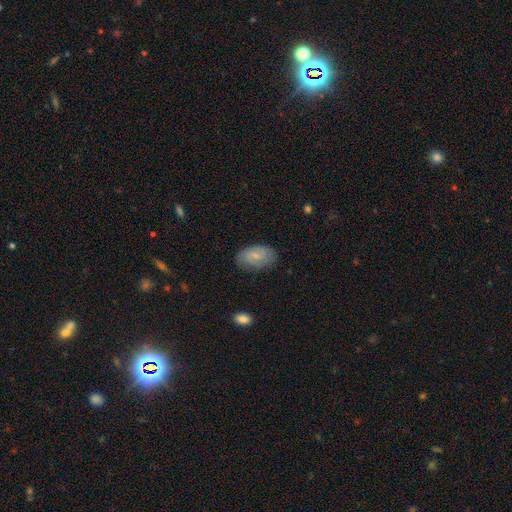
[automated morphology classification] Smooth or featured: featured or disk — 53% (smooth — 40%)
Edge-on disk: no — 96% (yes — 4%)
Bar: weak — 50% (no — 41%)
Spiral arms: yes — 84% (no — 16%)
Bulge size: small — 65% (moderate — 24%)
Merging: none — 79% (minor disturbance — 16%)